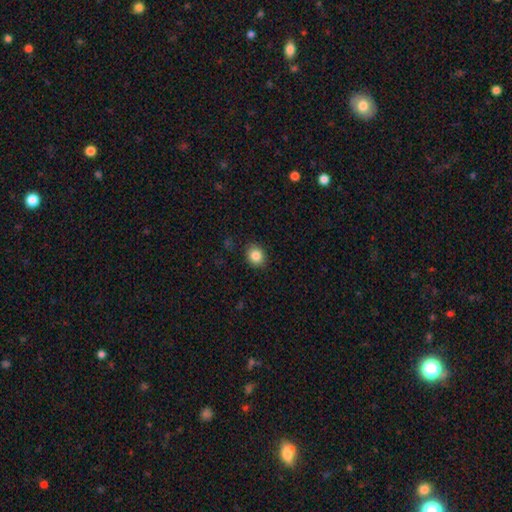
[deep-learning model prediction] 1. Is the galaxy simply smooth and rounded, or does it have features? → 85% smooth, 10% star or artifact, 6% featured or disk.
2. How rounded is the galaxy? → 58% round, 41% in between, 1% cigar-shaped.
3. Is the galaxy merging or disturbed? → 87% none, 9% minor disturbance, 2% major disturbance, 1% merger.